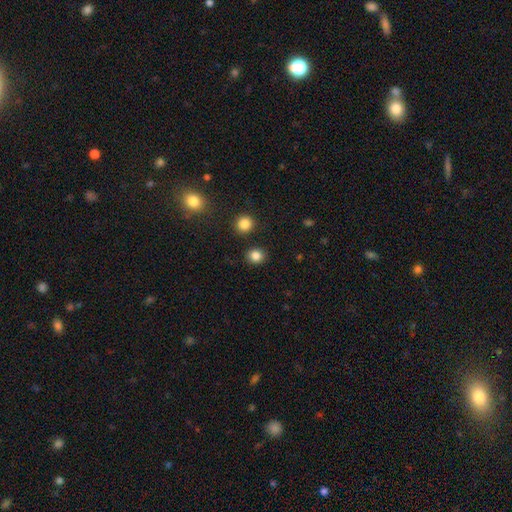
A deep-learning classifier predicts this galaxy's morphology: smooth_or_featured: smooth (p=0.84) [alt: star or artifact p=0.12]
how_rounded: round (p=0.79) [alt: in between p=0.20]
merging: none (p=0.88) [alt: minor disturbance p=0.06]